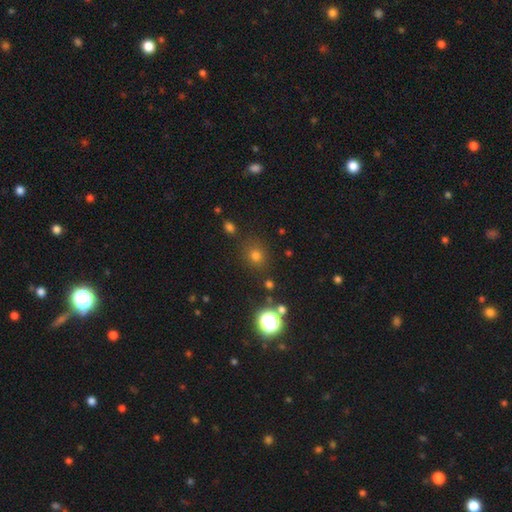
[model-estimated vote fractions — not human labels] This appears to be a smooth galaxy with no disk features (67%) that is round (83%). Merging: none (84%).